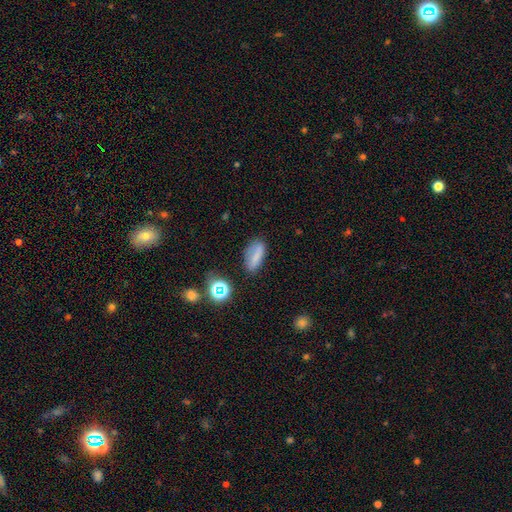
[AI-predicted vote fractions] The model was most divided on "merging": none: 71%, minor disturbance: 19%, major disturbance: 6%, merger: 3%. More confident: how rounded — in between (79%); smooth or featured — smooth (73%).